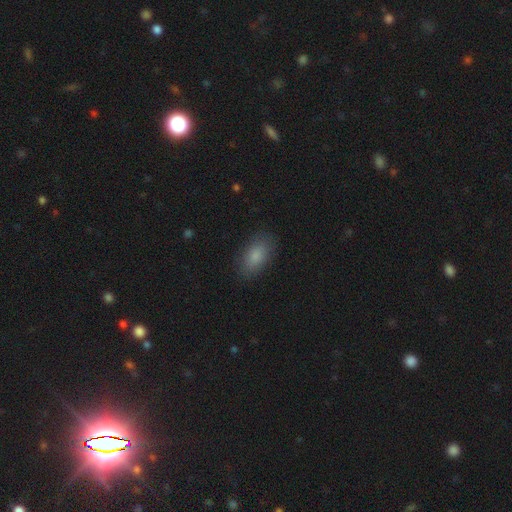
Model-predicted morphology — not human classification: Smooth or featured?
  - smooth: 85% *
  - star or artifact: 8%
  - featured or disk: 8%
How rounded?
  - in between: 91% *
  - round: 5%
  - cigar-shaped: 4%
Merging?
  - none: 85% *
  - minor disturbance: 11%
  - major disturbance: 3%
  - merger: 1%